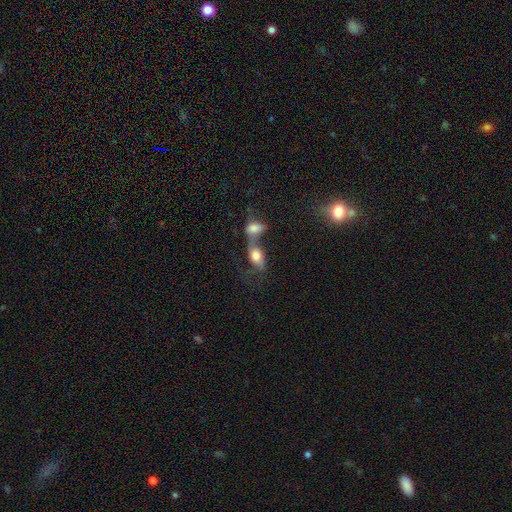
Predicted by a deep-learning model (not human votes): smooth 60%, featured or disk 31%, star or artifact 9%. Down the decision tree: how rounded — in between (84%); merging — merger (70%).